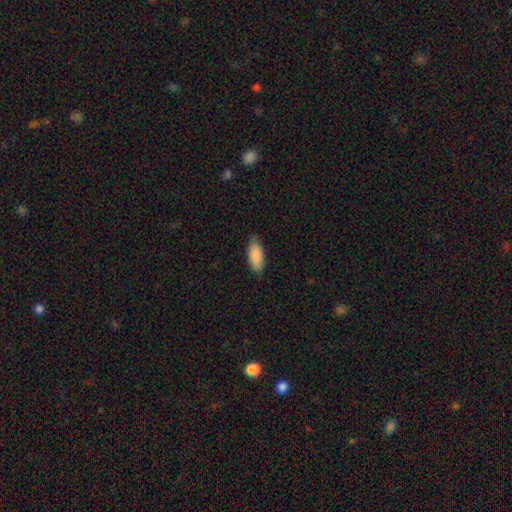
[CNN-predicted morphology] A smooth galaxy with no disk features (89%) that is in between round and cigar-shaped (85%).

Vote fractions:
- Smooth or featured? smooth: 89% / star or artifact: 6% / featured or disk: 6%
- How rounded? in between: 85% / cigar-shaped: 14% / round: 2%
- Merging? none: 80% / minor disturbance: 16% / major disturbance: 2% / merger: 1%